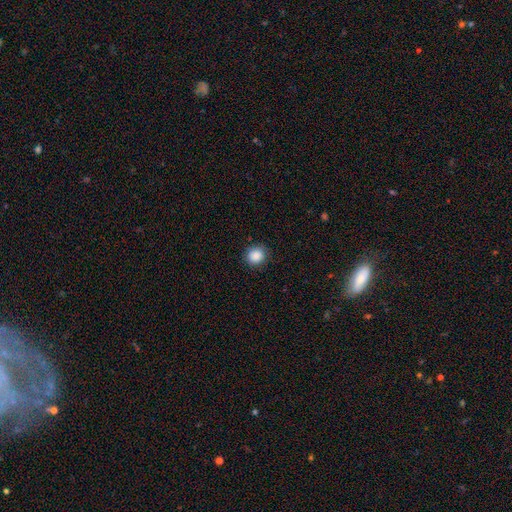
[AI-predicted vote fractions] A smooth galaxy with no disk features (88%) that is round (85%).

Vote fractions:
- Smooth or featured? smooth: 88% / star or artifact: 9% / featured or disk: 3%
- How rounded? round: 85% / in between: 14% / cigar-shaped: 1%
- Merging? none: 87% / minor disturbance: 9% / major disturbance: 3% / merger: 1%